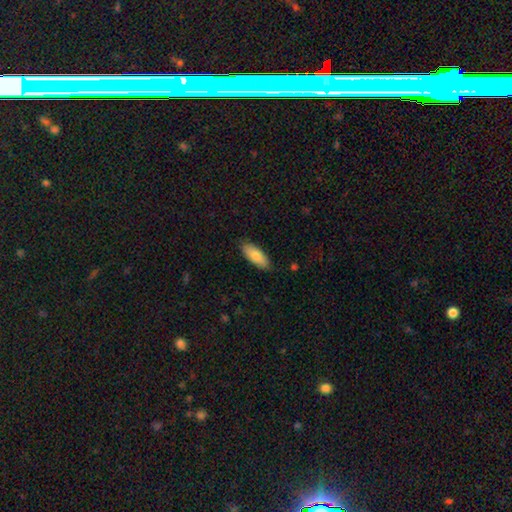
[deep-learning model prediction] Smooth or featured? Predicted: smooth (p=0.81). How rounded? Predicted: in between (p=0.82). Merging? Predicted: none (p=0.86).